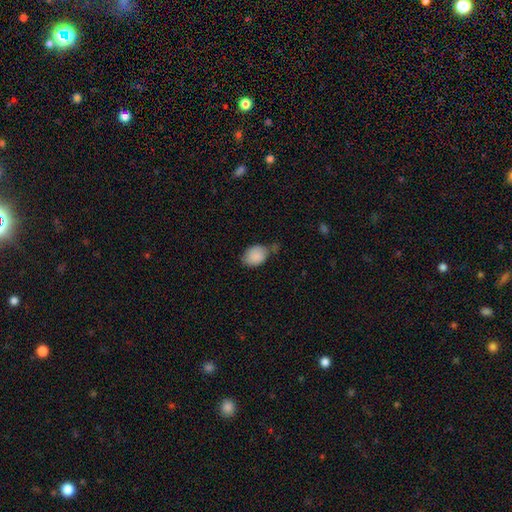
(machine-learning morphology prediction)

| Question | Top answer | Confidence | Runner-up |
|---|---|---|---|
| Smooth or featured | smooth | 87% | star or artifact (7%) |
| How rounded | in between | 75% | round (24%) |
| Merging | none | 55% | minor disturbance (29%) |